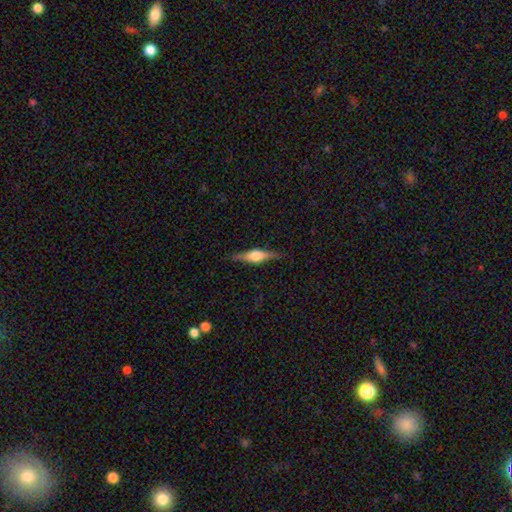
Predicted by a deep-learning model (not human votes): Smooth or featured? featured or disk (65%)
Edge-on disk? yes (96%)
Edge-on bulge? rounded (86%)
Merging? none (84%)